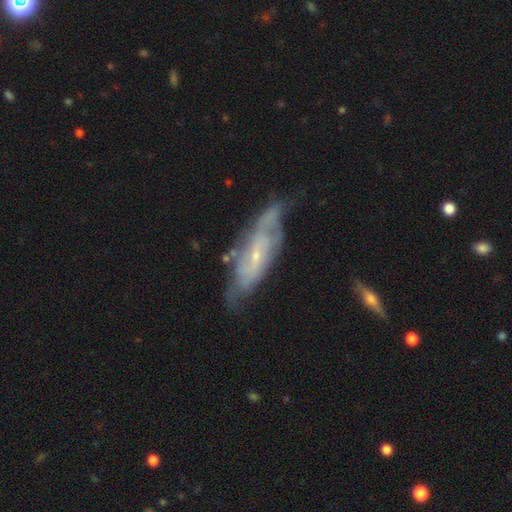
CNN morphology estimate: featured or disk 75%, smooth 19%, star or artifact 7%. Down the decision tree: edge-on disk — no (79%); bar — no (59%); spiral arms — yes (79%); bulge size — small (77%); merging — none (60%).